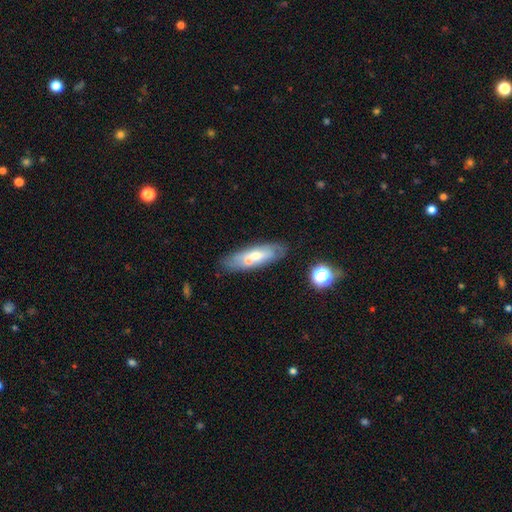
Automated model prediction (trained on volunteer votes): smooth_or_featured: smooth (p=0.51) [alt: featured or disk p=0.41]
how_rounded: in between (p=0.57) [alt: cigar-shaped p=0.40]
merging: none (p=0.65) [alt: minor disturbance p=0.16]